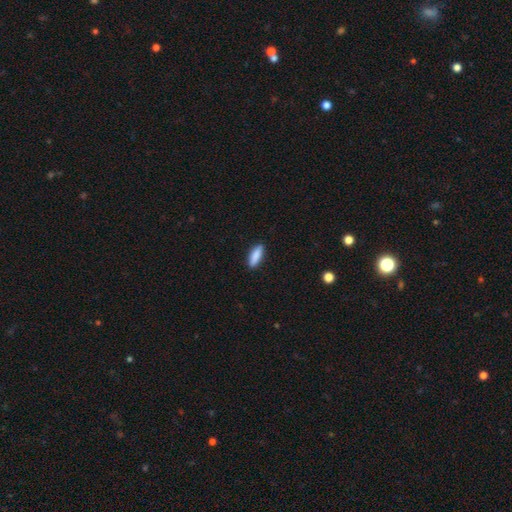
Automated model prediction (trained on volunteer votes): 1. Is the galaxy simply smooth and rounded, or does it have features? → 87% smooth, 7% featured or disk, 6% star or artifact.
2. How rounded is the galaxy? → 51% in between, 47% cigar-shaped, 2% round.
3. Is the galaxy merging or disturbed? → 89% none, 8% minor disturbance, 2% major disturbance, 1% merger.